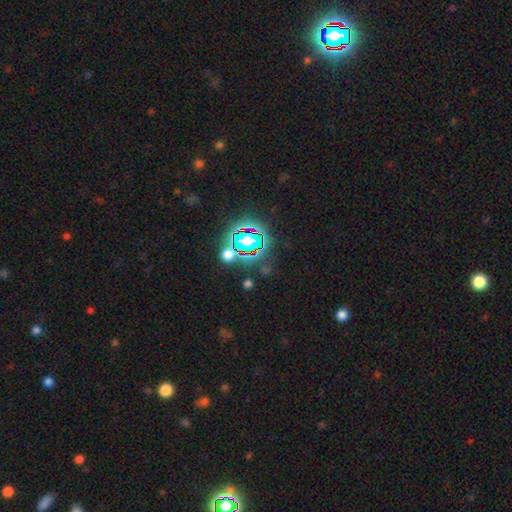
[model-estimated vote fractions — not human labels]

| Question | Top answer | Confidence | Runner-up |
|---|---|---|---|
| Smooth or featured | star or artifact | 82% | smooth (11%) |